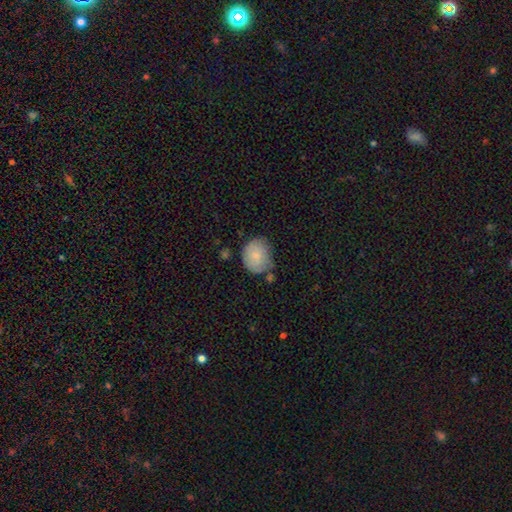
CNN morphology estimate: Smooth or featured?
  - smooth: 79% *
  - featured or disk: 14%
  - star or artifact: 7%
How rounded?
  - round: 62% *
  - in between: 37%
  - cigar-shaped: 1%
Merging?
  - none: 60% *
  - minor disturbance: 28%
  - major disturbance: 6%
  - merger: 6%